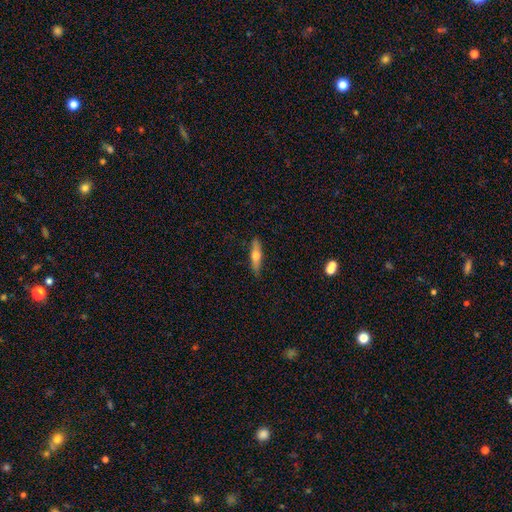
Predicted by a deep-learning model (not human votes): The model was most divided on "smooth or featured": smooth: 50%, featured or disk: 43%, star or artifact: 6%. More confident: merging — none (86%); how rounded — cigar-shaped (76%).